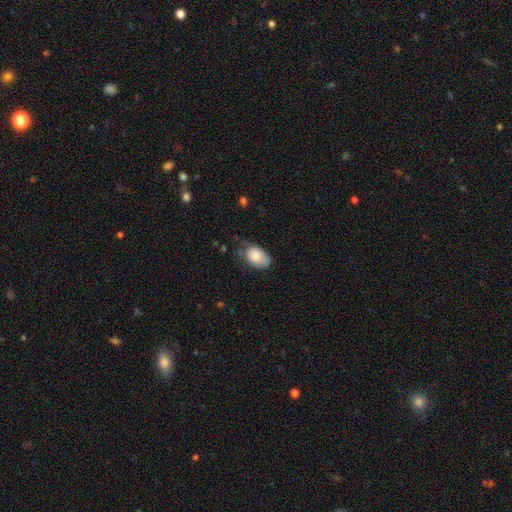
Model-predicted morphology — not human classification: A smooth galaxy with no disk features (80%) that is in between round and cigar-shaped (88%).

Vote fractions:
- Smooth or featured? smooth: 80% / featured or disk: 13% / star or artifact: 7%
- How rounded? in between: 88% / round: 10% / cigar-shaped: 1%
- Merging? none: 43% / minor disturbance: 40% / major disturbance: 15% / merger: 2%